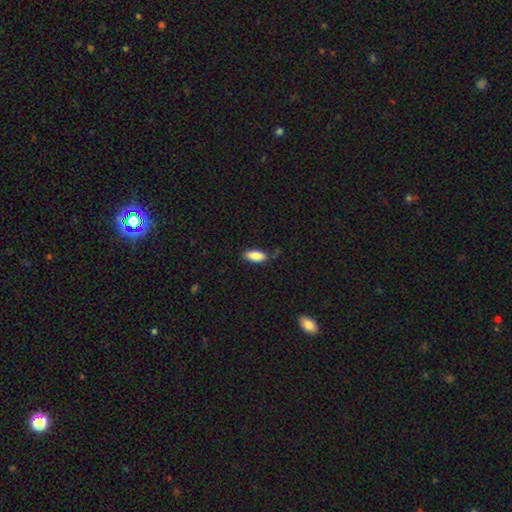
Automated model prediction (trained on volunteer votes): Q: Smooth or featured?
A: smooth (87%); runner-up: star or artifact (7%)
Q: How rounded?
A: in between (79%); runner-up: cigar-shaped (19%)
Q: Merging?
A: none (73%); runner-up: minor disturbance (20%)